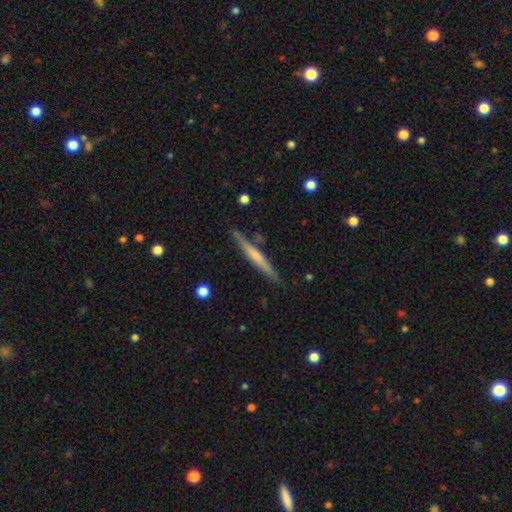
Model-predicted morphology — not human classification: A featured or disk galaxy (50%) viewed edge-on (97%). Merging: none (86%).